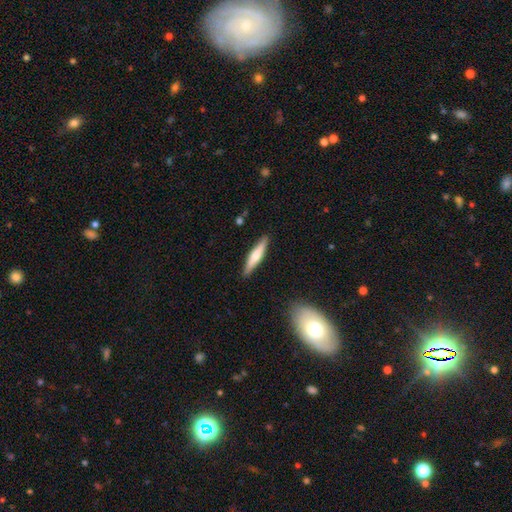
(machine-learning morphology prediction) A smooth galaxy with no disk features (51%) that is cigar-shaped (84%).

Vote fractions:
- Smooth or featured? smooth: 51% / featured or disk: 43% / star or artifact: 6%
- How rounded? cigar-shaped: 84% / in between: 14% / round: 2%
- Merging? none: 89% / minor disturbance: 8% / major disturbance: 2% / merger: 1%